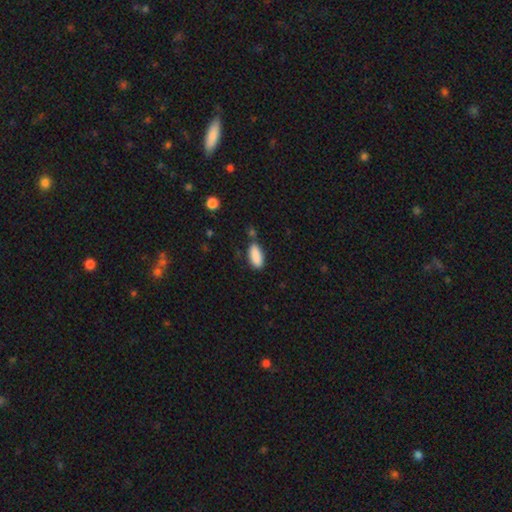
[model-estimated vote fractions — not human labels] Overall: smooth (89%). How rounded: in between (84%). Merging: none (71%).